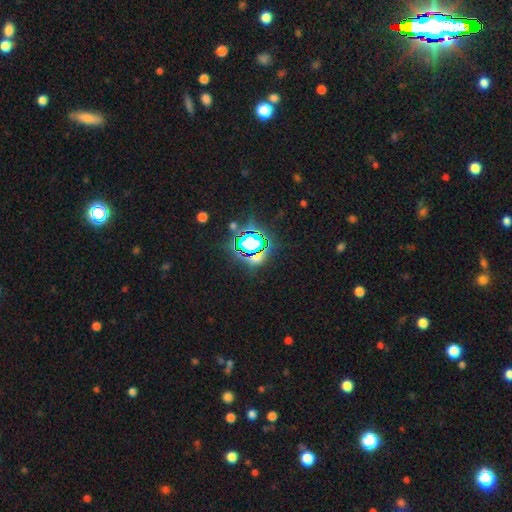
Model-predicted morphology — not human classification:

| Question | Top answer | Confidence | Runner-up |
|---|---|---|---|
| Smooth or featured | star or artifact | 73% | smooth (16%) |